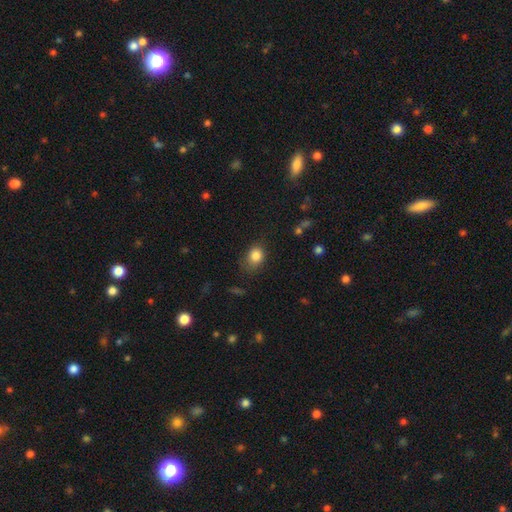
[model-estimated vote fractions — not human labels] Q: Smooth or featured?
A: smooth (83%); runner-up: star or artifact (10%)
Q: How rounded?
A: in between (50%); runner-up: round (49%)
Q: Merging?
A: none (64%); runner-up: minor disturbance (26%)